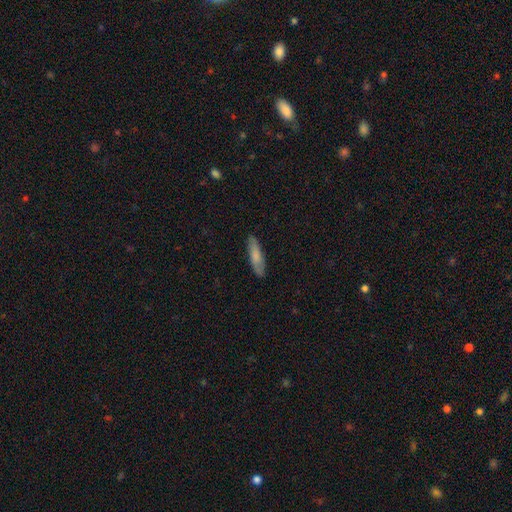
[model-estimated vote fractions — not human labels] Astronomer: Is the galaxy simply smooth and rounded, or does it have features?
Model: smooth — 72%.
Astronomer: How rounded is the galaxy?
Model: cigar-shaped — 74%.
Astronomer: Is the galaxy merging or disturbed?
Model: none — 85%.